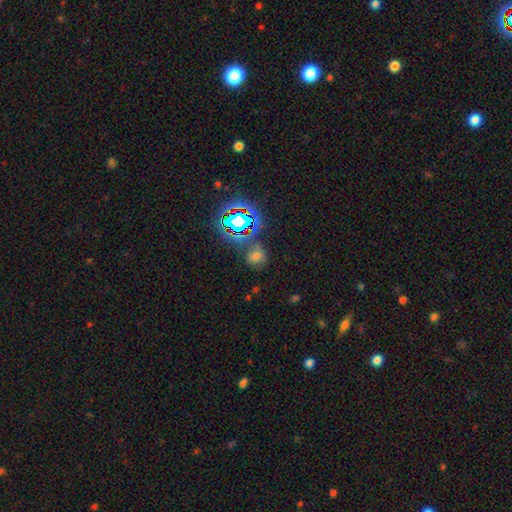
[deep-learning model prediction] Smooth or featured: smooth — 52% (star or artifact — 38%)
How rounded: round — 73% (in between — 25%)
Merging: none — 67% (minor disturbance — 15%)